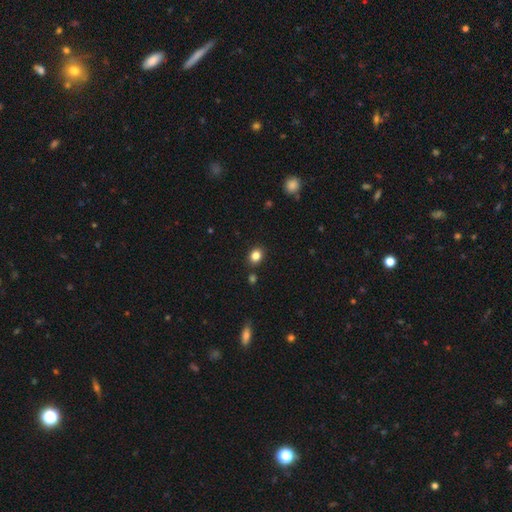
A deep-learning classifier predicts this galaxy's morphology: A smooth galaxy with no disk features (84%) that is round (55%).

Vote fractions:
- Smooth or featured? smooth: 84% / star or artifact: 11% / featured or disk: 5%
- How rounded? round: 55% / in between: 44% / cigar-shaped: 1%
- Merging? none: 86% / minor disturbance: 8% / merger: 3% / major disturbance: 2%